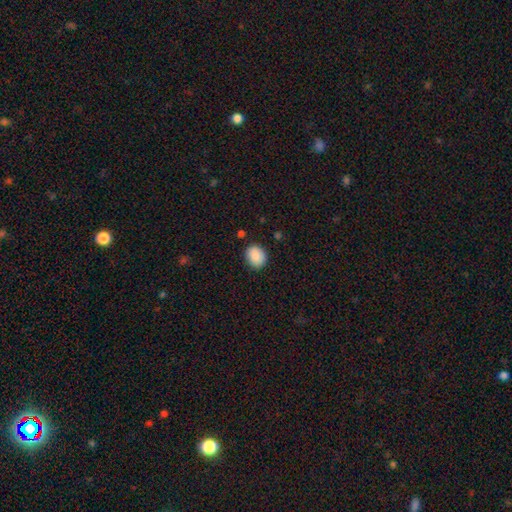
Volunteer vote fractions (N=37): Volunteers were most divided on "how rounded": round: 62%, in between: 38%, cigar-shaped: 0%. More confident: smooth or featured — smooth (86%); merging — none (85%).